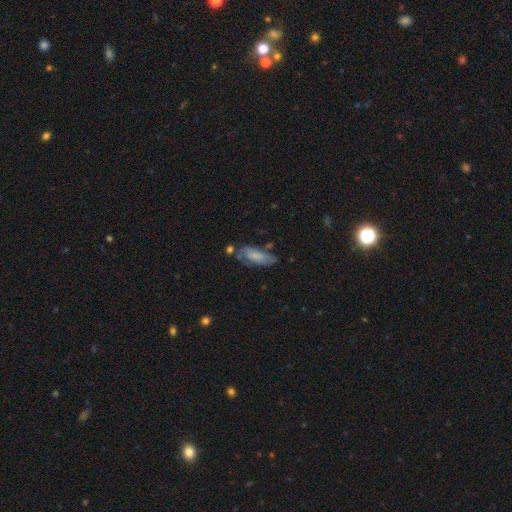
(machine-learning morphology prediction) type=smooth (64%); roundness=in between (73%); merging=none (51%).